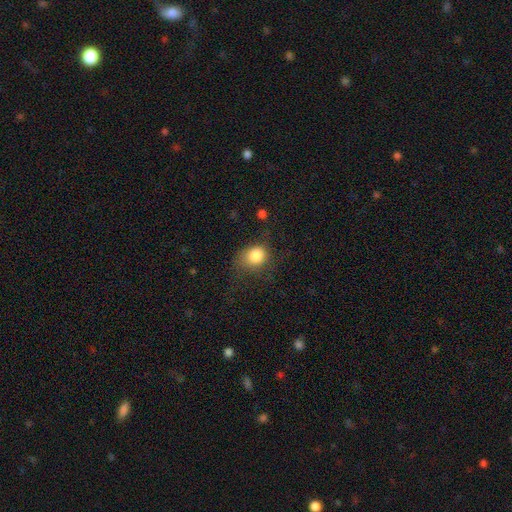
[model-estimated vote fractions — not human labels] A smooth galaxy with no disk features (83%) that is round (62%).

Vote fractions:
- Smooth or featured? smooth: 83% / star or artifact: 10% / featured or disk: 7%
- How rounded? round: 62% / in between: 37% / cigar-shaped: 1%
- Merging? none: 58% / minor disturbance: 25% / major disturbance: 15% / merger: 2%